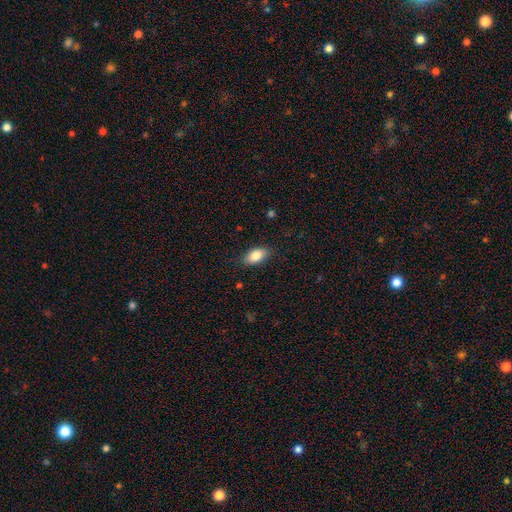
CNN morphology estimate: Q: Smooth or featured?
A: smooth (85%); runner-up: featured or disk (8%)
Q: How rounded?
A: in between (91%); runner-up: round (5%)
Q: Merging?
A: none (84%); runner-up: minor disturbance (12%)